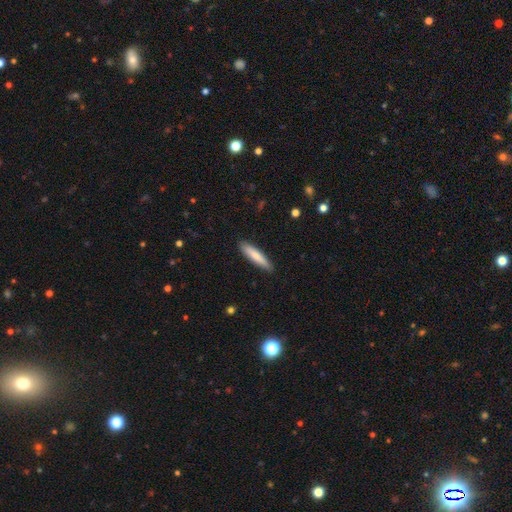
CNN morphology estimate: Smooth or featured? smooth (77%)
How rounded? cigar-shaped (83%)
Merging? none (88%)